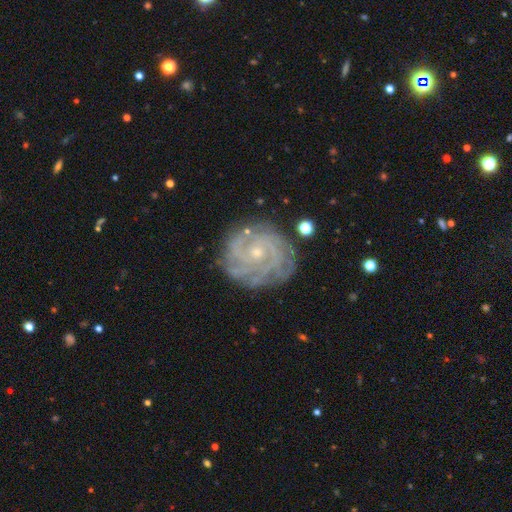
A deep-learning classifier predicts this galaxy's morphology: featured or disk 81%, star or artifact 11%, smooth 8%. Down the decision tree: edge-on disk — no (97%); bar — no (72%); spiral arms — yes (97%); spiral arm count — can't tell (28%); spiral winding — tight (75%); bulge size — small (77%); merging — none (81%).